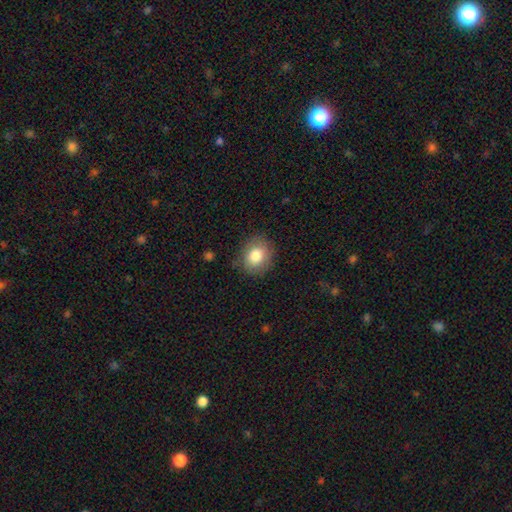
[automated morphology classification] A smooth galaxy with no disk features (83%) that is round (65%).

Vote fractions:
- Smooth or featured? smooth: 83% / featured or disk: 9% / star or artifact: 8%
- How rounded? round: 65% / in between: 34% / cigar-shaped: 1%
- Merging? none: 83% / minor disturbance: 12% / major disturbance: 3% / merger: 1%